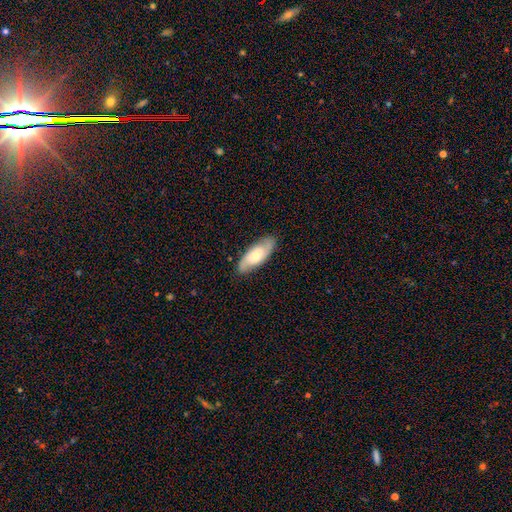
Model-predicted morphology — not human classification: The model was most divided on "smooth or featured": featured or disk: 54%, smooth: 40%, star or artifact: 6%. More confident: edge-on disk — no (88%); merging — none (85%).